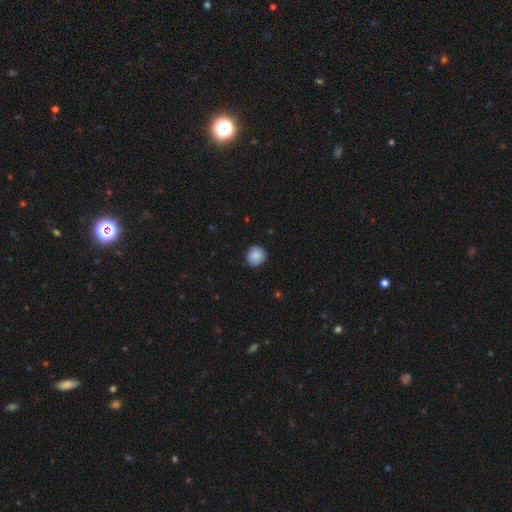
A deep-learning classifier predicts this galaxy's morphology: Smooth or featured: smooth — 89% (star or artifact — 7%)
How rounded: round — 90% (in between — 9%)
Merging: none — 86% (minor disturbance — 11%)